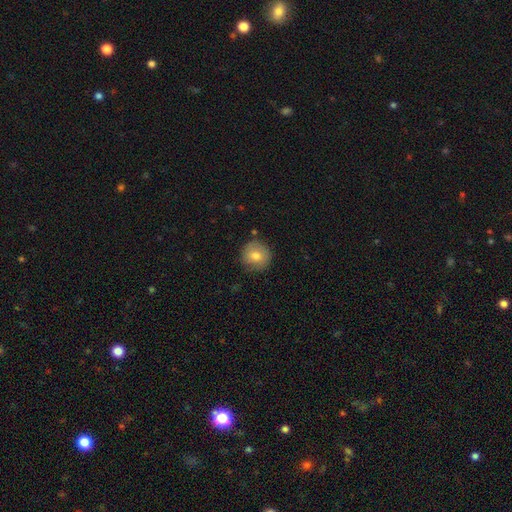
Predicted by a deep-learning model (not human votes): This appears to be a smooth galaxy with no disk features (78%) that is round (92%). Merging: none (82%).